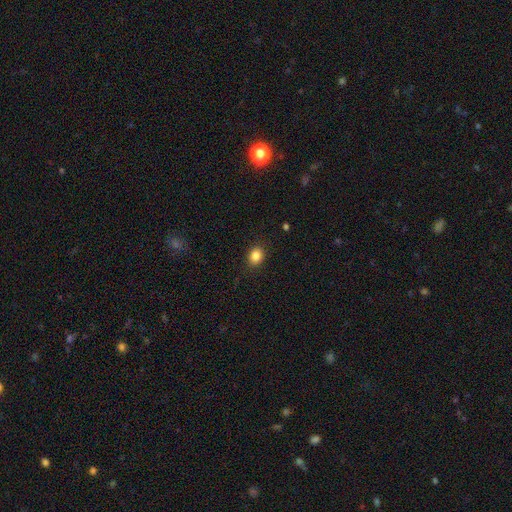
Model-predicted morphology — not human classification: Smooth or featured? Predicted: smooth (p=0.85). How rounded? Predicted: in between (p=0.51). Merging? Predicted: none (p=0.89).